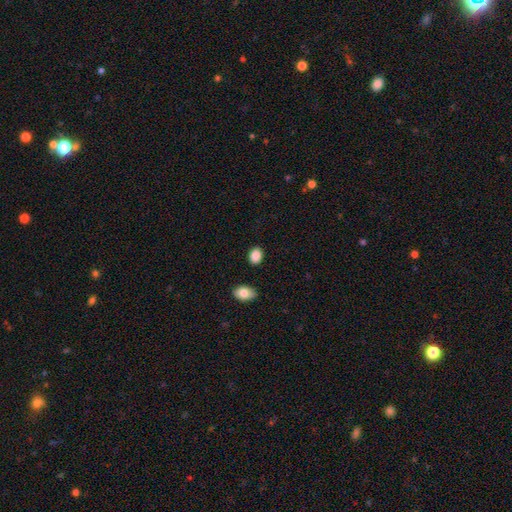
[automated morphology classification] smooth 88%, star or artifact 8%, featured or disk 4%. Down the decision tree: how rounded — in between (70%); merging — none (86%).